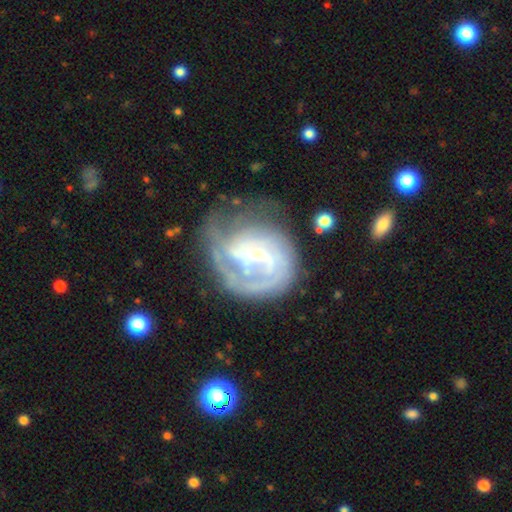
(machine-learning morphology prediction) Smooth or featured?
  - featured or disk: 76% *
  - smooth: 16%
  - star or artifact: 8%
Edge-on disk?
  - no: 98% *
  - yes: 2%
Bar?
  - no: 46% *
  - weak: 41%
  - strong: 13%
Spiral arms?
  - yes: 83% *
  - no: 17%
Spiral winding?
  - tight: 54% *
  - medium: 31%
  - loose: 15%
Spiral arm count?
  - can't tell: 37% *
  - 2: 23%
  - 1: 22%
  - 3: 10%
  - 4: 4%
  - more than 4: 4%
Bulge size?
  - small: 57% *
  - none: 22%
  - moderate: 16%
  - large: 3%
  - dominant: 1%
Merging?
  - none: 47% *
  - major disturbance: 26%
  - minor disturbance: 23%
  - merger: 4%